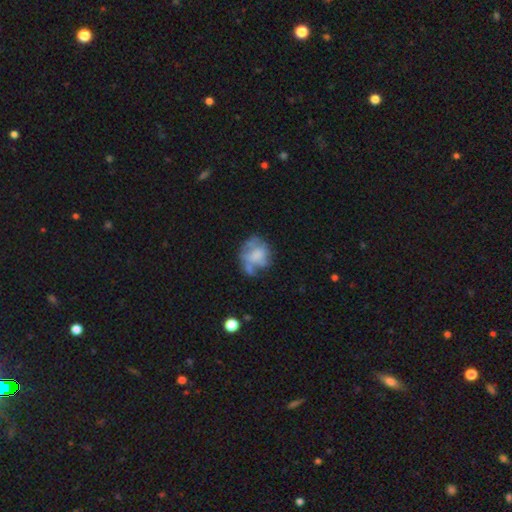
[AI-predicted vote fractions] Morphology: type=smooth (49%); merging=none (39%).